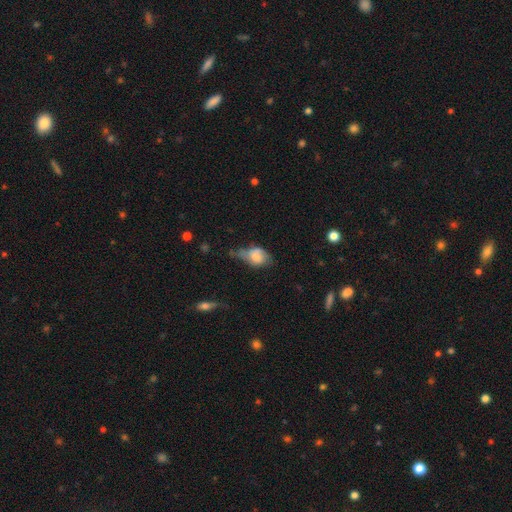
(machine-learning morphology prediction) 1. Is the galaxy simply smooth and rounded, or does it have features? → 65% smooth, 27% featured or disk, 9% star or artifact.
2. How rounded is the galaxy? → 79% in between, 19% round, 2% cigar-shaped.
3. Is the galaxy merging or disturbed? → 40% minor disturbance, 26% major disturbance, 26% none, 8% merger.